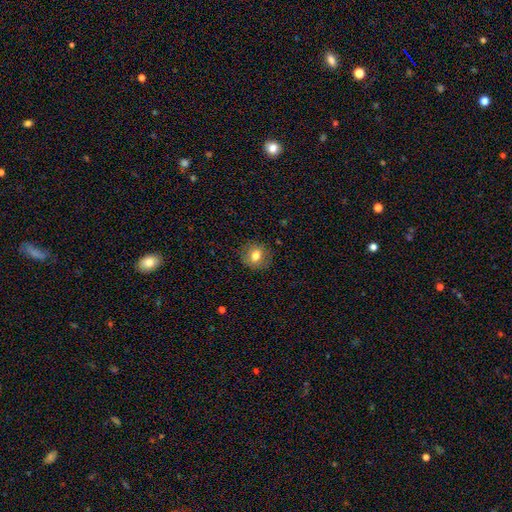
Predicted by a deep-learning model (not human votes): Smooth or featured?
  - smooth: 75% *
  - featured or disk: 15%
  - star or artifact: 10%
How rounded?
  - round: 81% *
  - in between: 18%
  - cigar-shaped: 1%
Merging?
  - none: 86% *
  - minor disturbance: 10%
  - major disturbance: 3%
  - merger: 1%